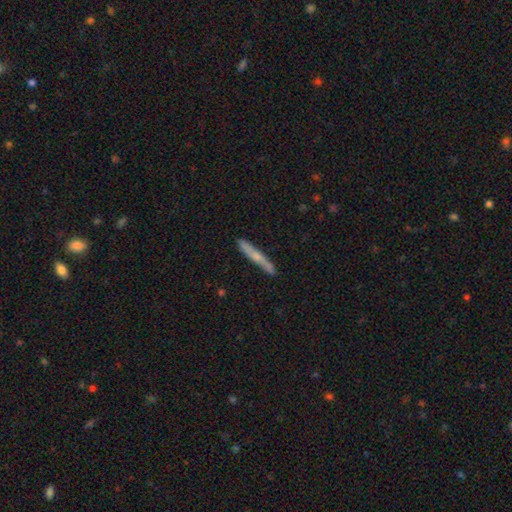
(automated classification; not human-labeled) Q: Smooth or featured?
A: smooth (51%); runner-up: featured or disk (43%)
Q: How rounded?
A: cigar-shaped (95%); runner-up: in between (3%)
Q: Merging?
A: none (84%); runner-up: minor disturbance (12%)